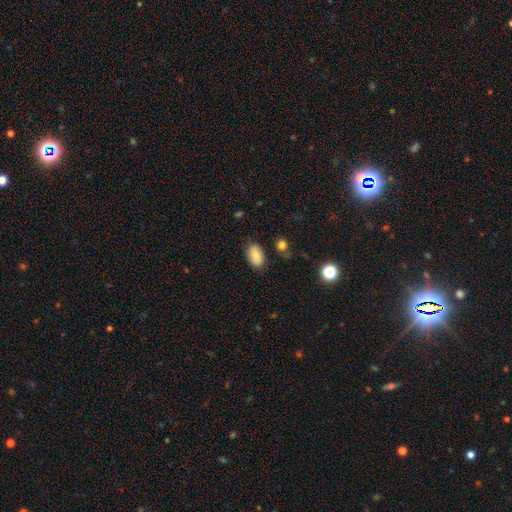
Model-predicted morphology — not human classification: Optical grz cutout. It shows a smooth galaxy with no disk features (84%) that is in between round and cigar-shaped (93%). Merging: none (80%).